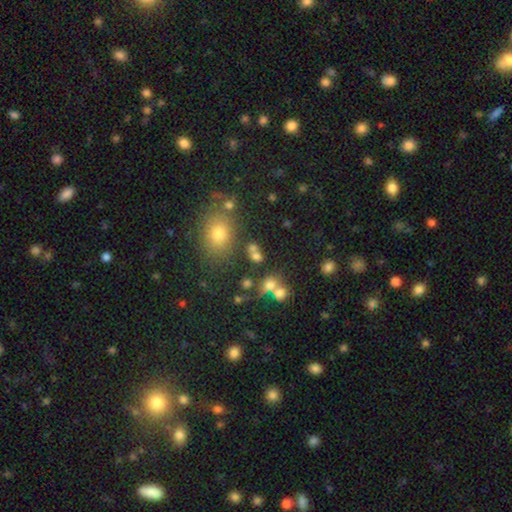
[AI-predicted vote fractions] smooth-or-featured: smooth: 68% | star or artifact: 20% | featured or disk: 12%
  how-rounded: round: 55% | in between: 43% | cigar-shaped: 2%
  merging: none: 47% | merger: 34% | minor disturbance: 11% | major disturbance: 8%